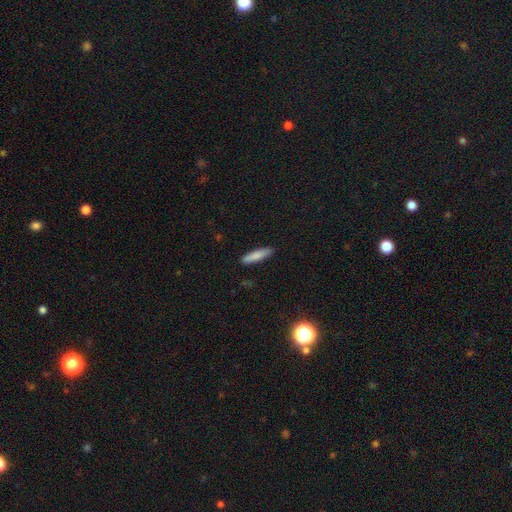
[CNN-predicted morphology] smooth 84%, featured or disk 10%, star or artifact 6%. Down the decision tree: how rounded — cigar-shaped (75%); merging — none (89%).